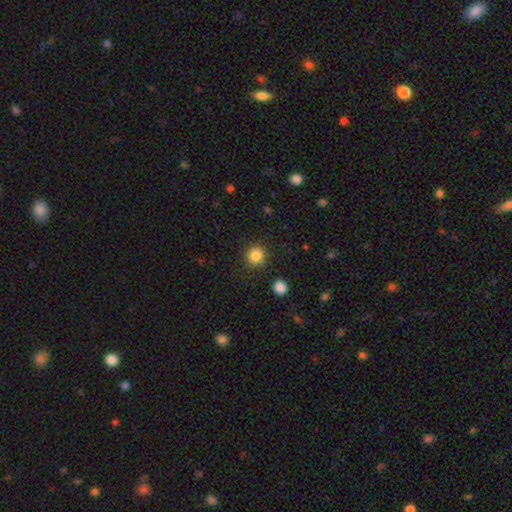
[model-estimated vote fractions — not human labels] Smooth or featured?
  - smooth: 85% *
  - star or artifact: 11%
  - featured or disk: 4%
How rounded?
  - round: 93% *
  - in between: 6%
  - cigar-shaped: 1%
Merging?
  - none: 89% *
  - minor disturbance: 7%
  - major disturbance: 2%
  - merger: 2%